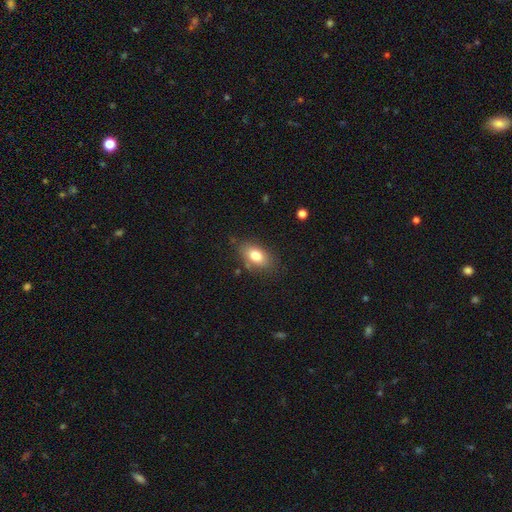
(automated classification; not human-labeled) Q: Smooth or featured?
A: smooth (79%); runner-up: featured or disk (13%)
Q: How rounded?
A: in between (88%); runner-up: round (9%)
Q: Merging?
A: none (77%); runner-up: minor disturbance (16%)